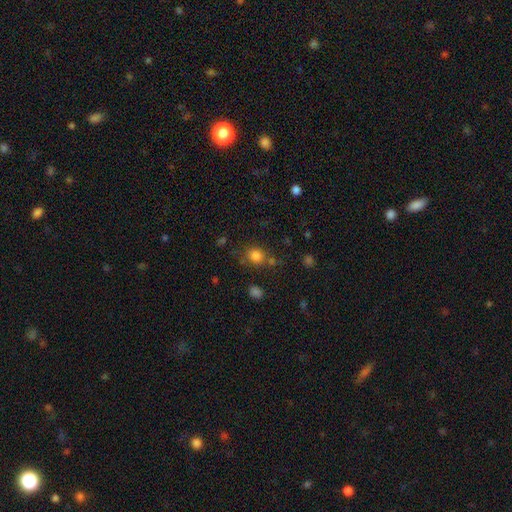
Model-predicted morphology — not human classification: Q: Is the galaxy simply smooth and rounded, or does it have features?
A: smooth — 80%.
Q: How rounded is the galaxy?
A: round — 72%.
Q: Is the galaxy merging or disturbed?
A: none — 68%.